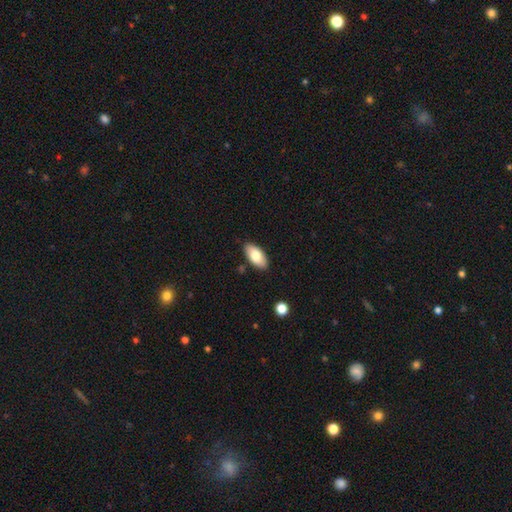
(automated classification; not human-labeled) Smooth or featured?
  - smooth: 79% *
  - featured or disk: 14%
  - star or artifact: 6%
How rounded?
  - in between: 93% *
  - cigar-shaped: 5%
  - round: 2%
Merging?
  - none: 86% *
  - minor disturbance: 10%
  - major disturbance: 2%
  - merger: 2%